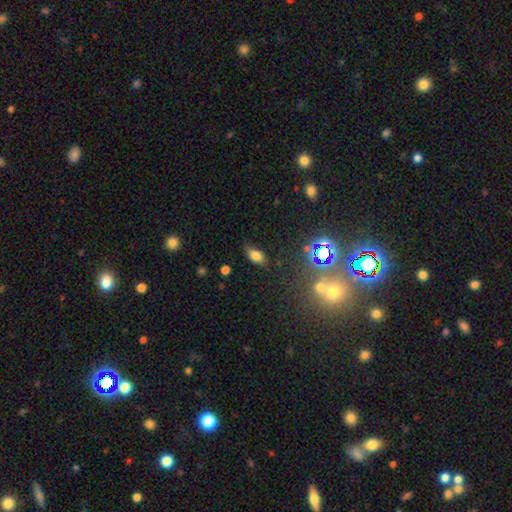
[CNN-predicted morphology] type=smooth (74%); roundness=in between (88%); merging=none (74%).